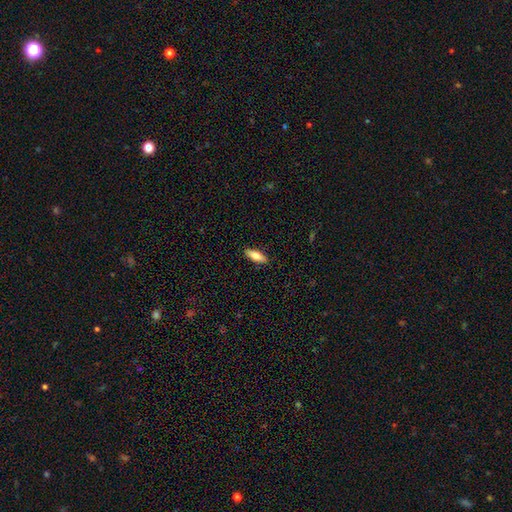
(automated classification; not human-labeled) smooth 78%, featured or disk 16%, star or artifact 6%. Down the decision tree: how rounded — in between (62%); merging — none (89%).